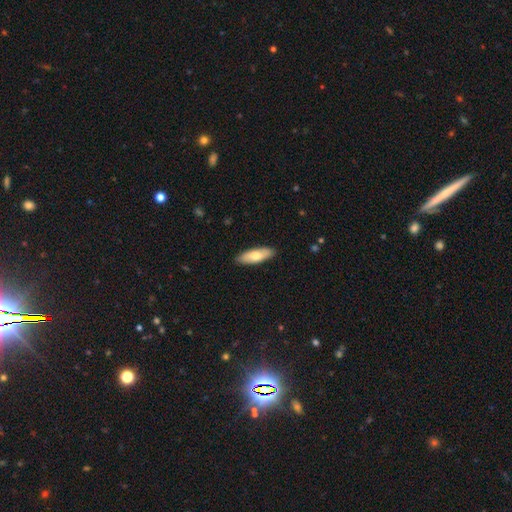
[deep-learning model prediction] Smooth or featured?
  - smooth: 71% *
  - featured or disk: 24%
  - star or artifact: 5%
How rounded?
  - in between: 61% *
  - cigar-shaped: 37%
  - round: 2%
Merging?
  - none: 89% *
  - minor disturbance: 9%
  - major disturbance: 2%
  - merger: 1%